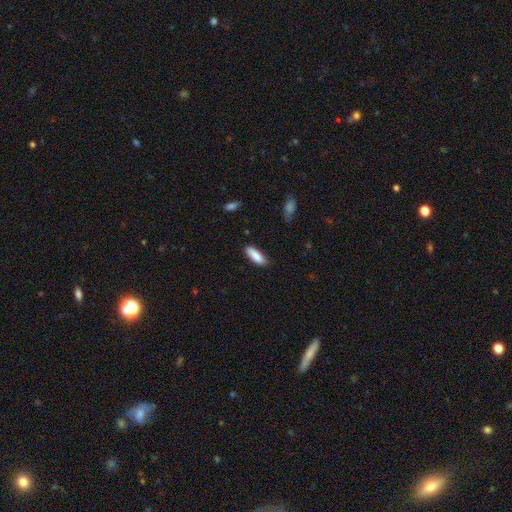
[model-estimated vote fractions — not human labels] Morphology: type=smooth (87%); roundness=in between (57%); merging=none (81%).